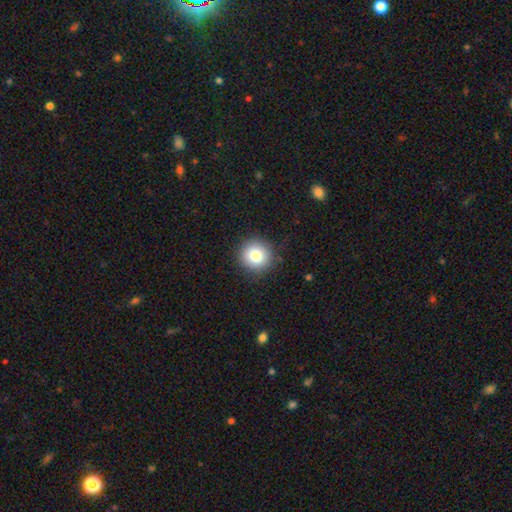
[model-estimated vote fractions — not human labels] A smooth galaxy with no disk features (81%) that is round (93%). Merging: none (89%).